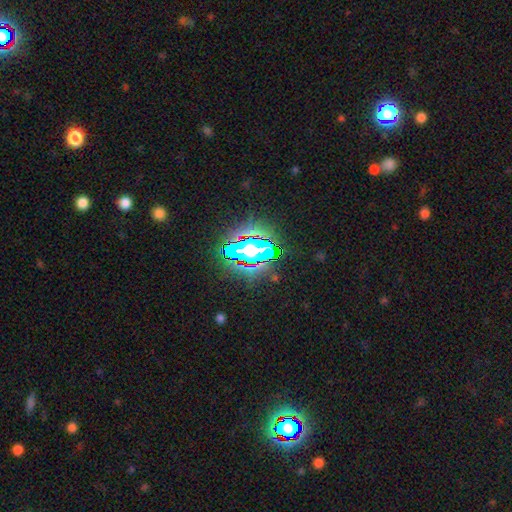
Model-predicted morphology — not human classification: This appears to be a star or artifact, not a galaxy (73%).